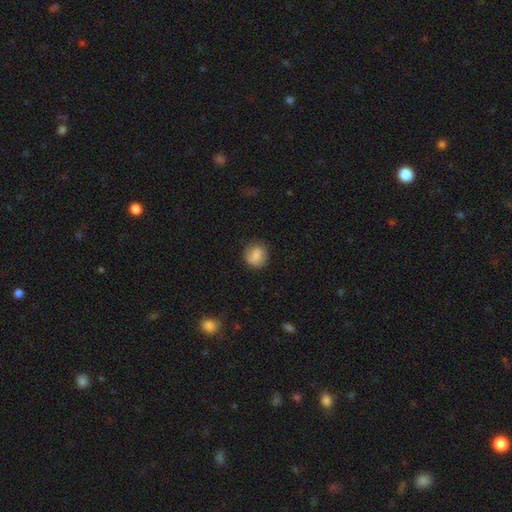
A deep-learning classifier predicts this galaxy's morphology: smooth-or-featured: smooth: 72% | featured or disk: 20% | star or artifact: 8%
  how-rounded: round: 73% | in between: 25% | cigar-shaped: 2%
  merging: none: 71% | minor disturbance: 20% | major disturbance: 7% | merger: 2%